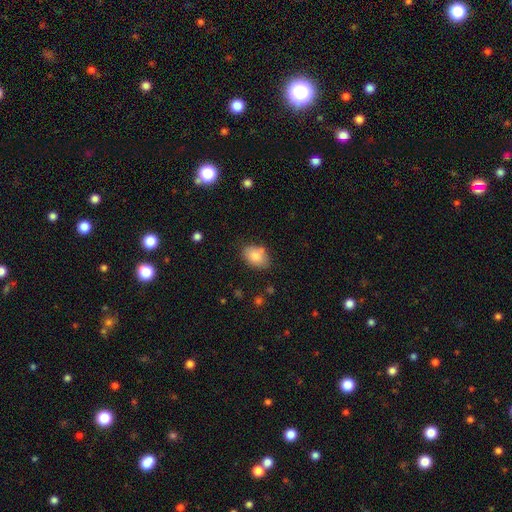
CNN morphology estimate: This is clearly a smooth galaxy (82%). How rounded: clearly in between (83%). Merging: likely none (71%).